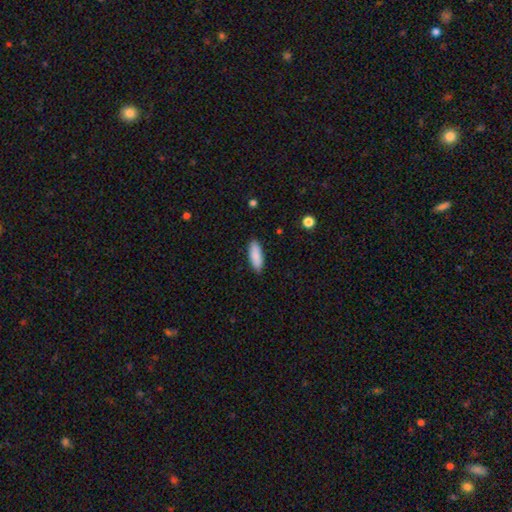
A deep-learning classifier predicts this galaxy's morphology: Smooth or featured? Predicted: smooth (p=0.89). How rounded? Predicted: in between (p=0.67). Merging? Predicted: none (p=0.89).